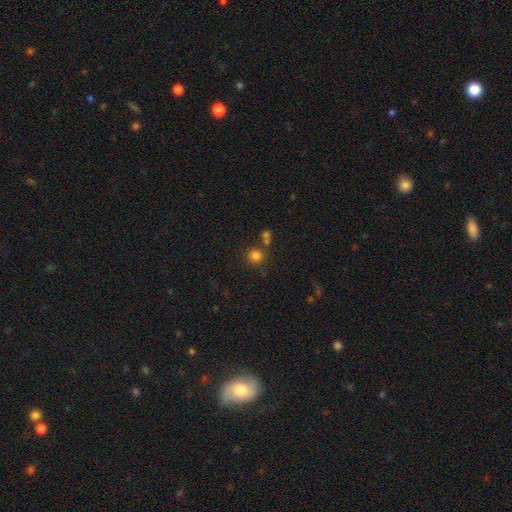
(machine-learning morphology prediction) Smooth or featured? Predicted: smooth (p=0.79). How rounded? Predicted: round (p=0.92). Merging? Predicted: none (p=0.74).